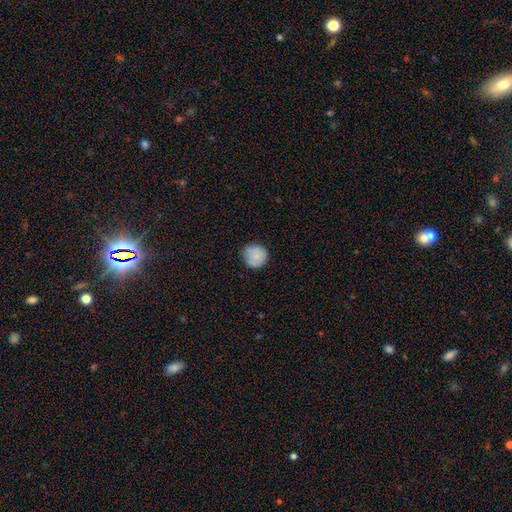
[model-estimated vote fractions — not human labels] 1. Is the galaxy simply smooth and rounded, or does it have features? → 85% smooth, 8% featured or disk, 7% star or artifact.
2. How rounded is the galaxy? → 93% round, 6% in between, 1% cigar-shaped.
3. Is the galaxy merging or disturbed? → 85% none, 12% minor disturbance, 2% major disturbance, 1% merger.